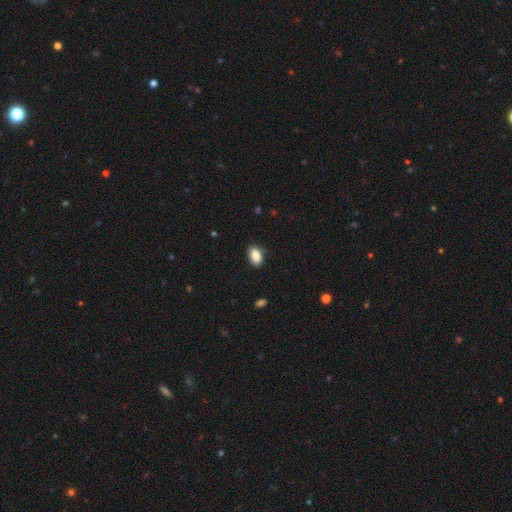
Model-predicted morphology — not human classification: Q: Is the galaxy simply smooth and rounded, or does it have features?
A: smooth — 86%.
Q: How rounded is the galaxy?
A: in between — 90%.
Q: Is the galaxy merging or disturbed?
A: none — 84%.